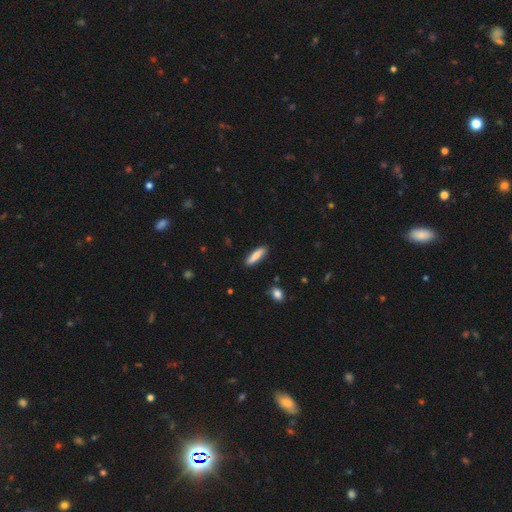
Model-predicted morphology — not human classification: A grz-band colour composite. It shows a smooth galaxy with no disk features (82%) that is cigar-shaped (70%). Merging: none (88%).